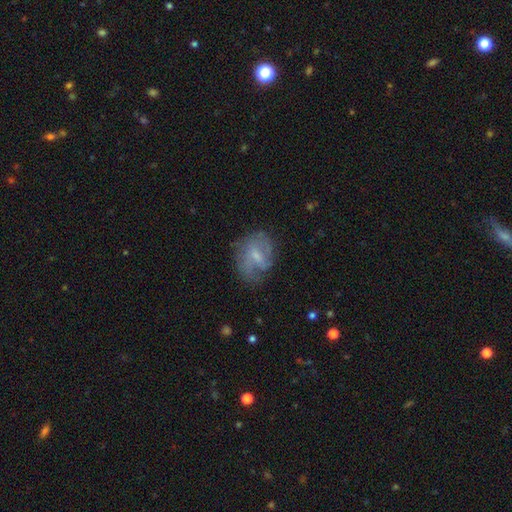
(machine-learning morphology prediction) Smooth or featured?
  - featured or disk: 65% *
  - smooth: 27%
  - star or artifact: 8%
Edge-on disk?
  - no: 97% *
  - yes: 3%
Bar?
  - weak: 56% *
  - no: 31%
  - strong: 13%
Spiral arms?
  - yes: 80% *
  - no: 20%
Spiral winding?
  - medium: 43% *
  - tight: 29%
  - loose: 28%
Spiral arm count?
  - 2: 36% *
  - can't tell: 33%
  - 1: 14%
  - 3: 12%
  - 4: 3%
  - more than 4: 3%
Bulge size?
  - small: 52% *
  - moderate: 31%
  - none: 14%
  - large: 2%
  - dominant: 1%
Merging?
  - none: 57% *
  - minor disturbance: 25%
  - major disturbance: 16%
  - merger: 2%